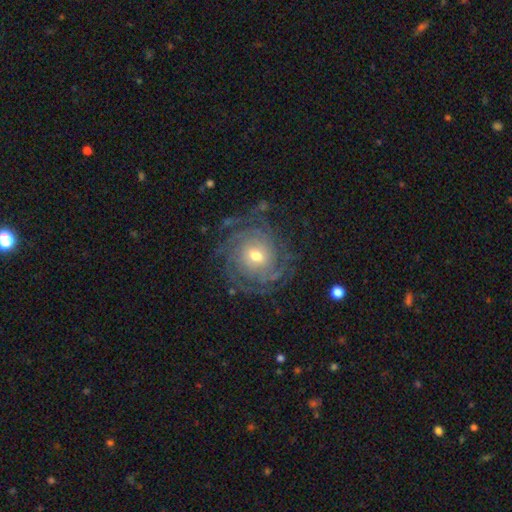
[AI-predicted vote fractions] Smooth or featured? featured or disk (83%)
Edge-on disk? no (97%)
Bar? no (60%)
Spiral arms? yes (94%)
Spiral winding? tight (73%)
Spiral arm count? can't tell (37%)
Bulge size? moderate (59%)
Merging? none (75%)